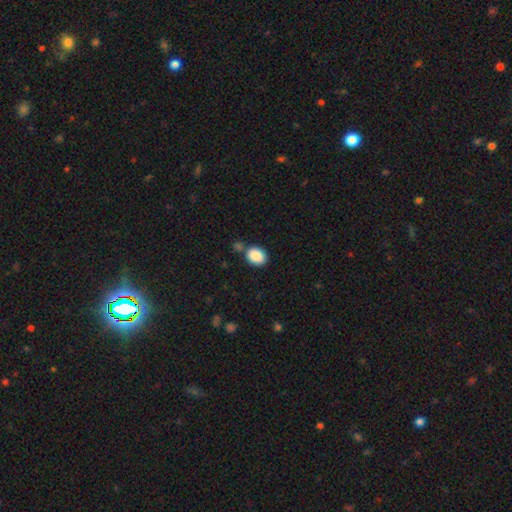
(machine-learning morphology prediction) This is clearly a smooth galaxy (89%). How rounded: likely in between (65%). Merging: likely none (68%).